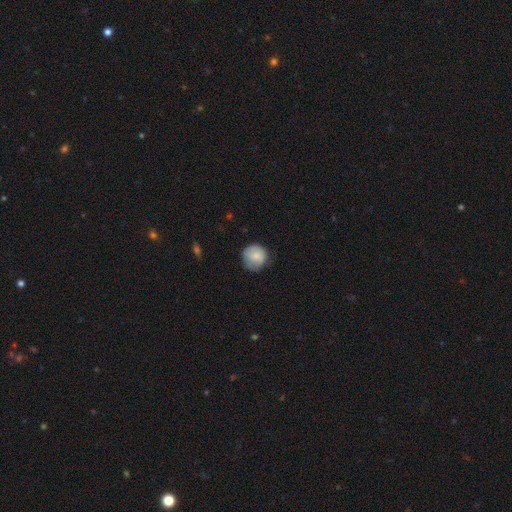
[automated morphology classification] smooth 82%, featured or disk 11%, star or artifact 7%. Down the decision tree: how rounded — round (90%); merging — none (70%).